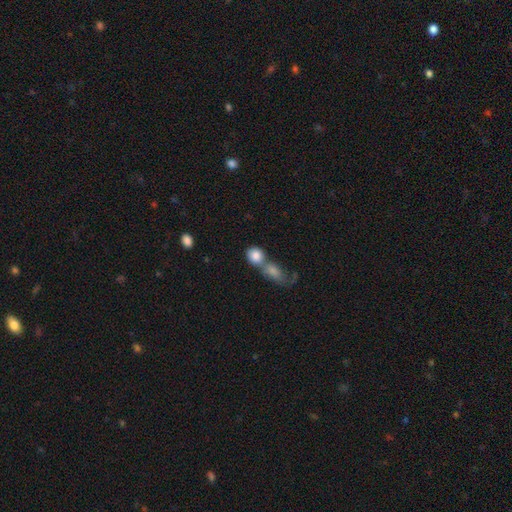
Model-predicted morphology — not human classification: smooth-or-featured: smooth: 83% | featured or disk: 9% | star or artifact: 7%
  how-rounded: round: 62% | in between: 36% | cigar-shaped: 3%
  merging: merger: 60% | none: 27% | minor disturbance: 7% | major disturbance: 5%